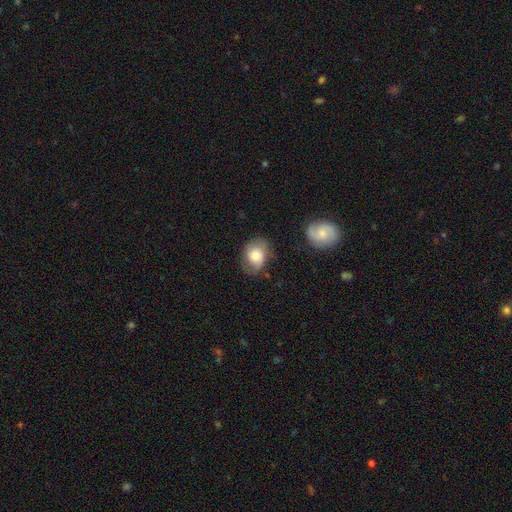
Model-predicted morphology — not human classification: Q: Smooth or featured?
A: smooth (71%); runner-up: featured or disk (21%)
Q: How rounded?
A: in between (57%); runner-up: round (42%)
Q: Merging?
A: none (62%); runner-up: minor disturbance (26%)